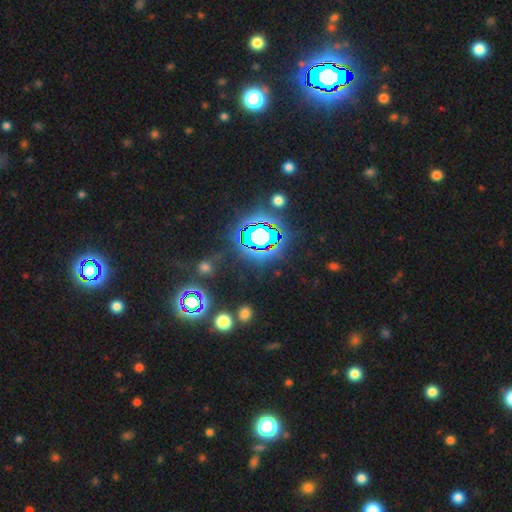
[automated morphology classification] type=star or artifact (82%).